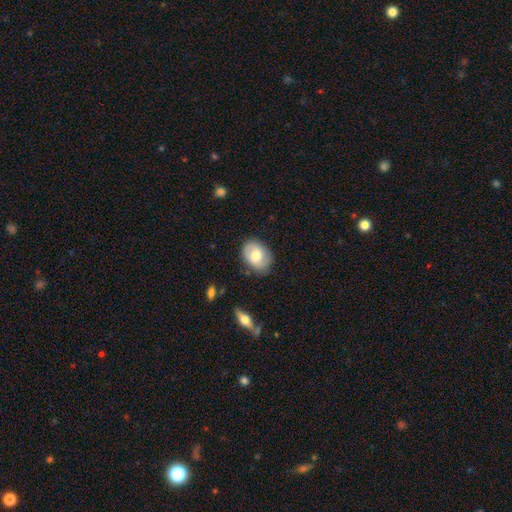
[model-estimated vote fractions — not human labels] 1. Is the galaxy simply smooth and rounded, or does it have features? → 62% smooth, 31% featured or disk, 7% star or artifact.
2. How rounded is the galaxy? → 70% in between, 29% round, 1% cigar-shaped.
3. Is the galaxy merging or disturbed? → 77% none, 17% minor disturbance, 4% major disturbance, 2% merger.